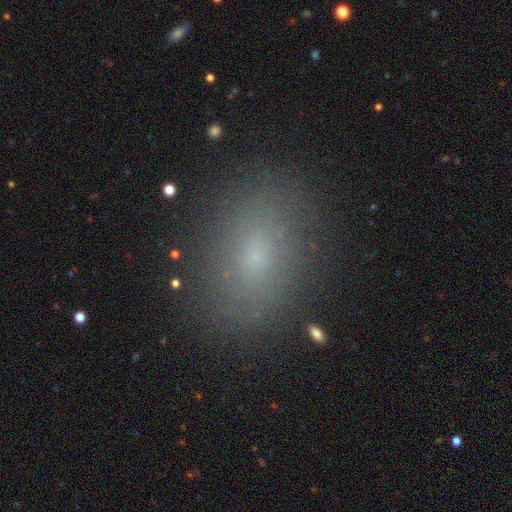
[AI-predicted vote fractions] A smooth galaxy with no disk features (71%) that is in between round and cigar-shaped (81%).

Vote fractions:
- Smooth or featured? smooth: 71% / star or artifact: 16% / featured or disk: 13%
- How rounded? in between: 81% / round: 16% / cigar-shaped: 2%
- Merging? none: 86% / minor disturbance: 10% / major disturbance: 3% / merger: 1%